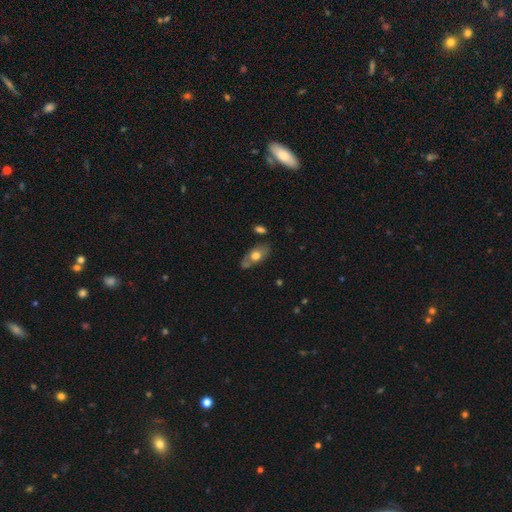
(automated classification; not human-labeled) This appears to be a smooth galaxy with no disk features (62%) that is in between round and cigar-shaped (87%). Merging: none (61%).